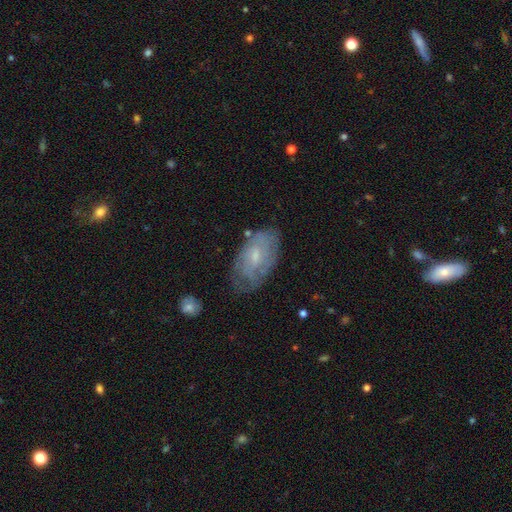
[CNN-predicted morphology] smooth_or_featured: featured or disk (p=0.55) [alt: smooth p=0.37]
disk_edge_on: no (p=0.93) [alt: yes p=0.07]
bar: no (p=0.62) [alt: weak p=0.33]
has_spiral_arms: yes (p=0.69) [alt: no p=0.31]
bulge_size: small (p=0.63) [alt: moderate p=0.30]
merging: none (p=0.63) [alt: minor disturbance p=0.27]